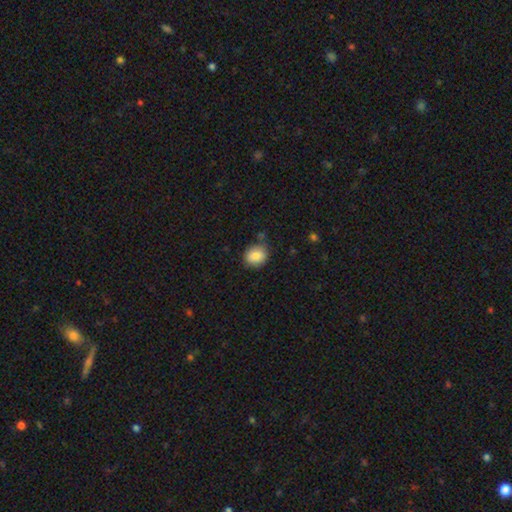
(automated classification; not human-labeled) Smooth or featured? Predicted: smooth (p=0.86). How rounded? Predicted: round (p=0.67). Merging? Predicted: none (p=0.79).